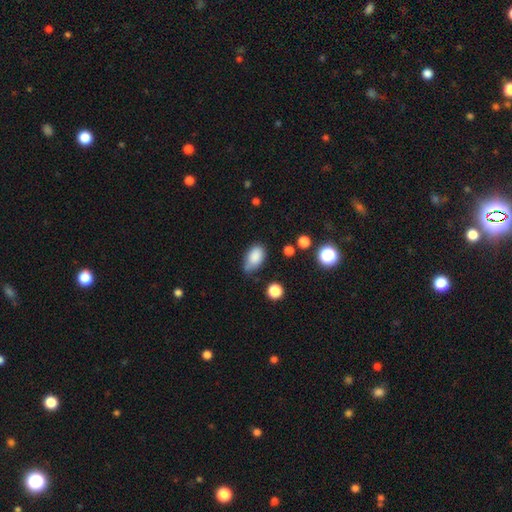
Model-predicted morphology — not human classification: Smooth or featured: smooth — 84% (star or artifact — 9%)
How rounded: in between — 89% (round — 9%)
Merging: none — 49% (minor disturbance — 38%)